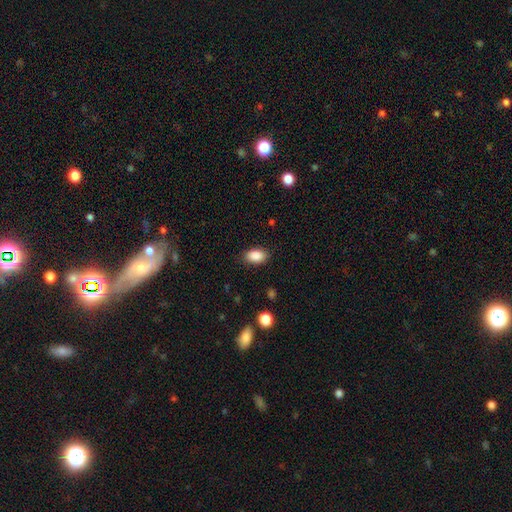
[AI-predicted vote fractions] This is clearly a smooth galaxy (88%). How rounded: clearly in between (90%). Merging: clearly none (86%).